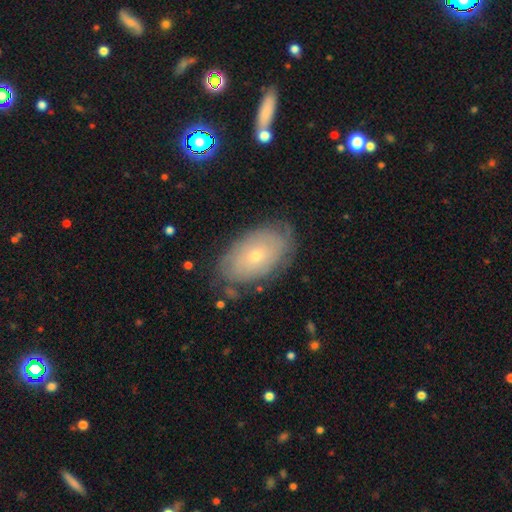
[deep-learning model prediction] A featured or disk galaxy (51%). Merging: none (75%).